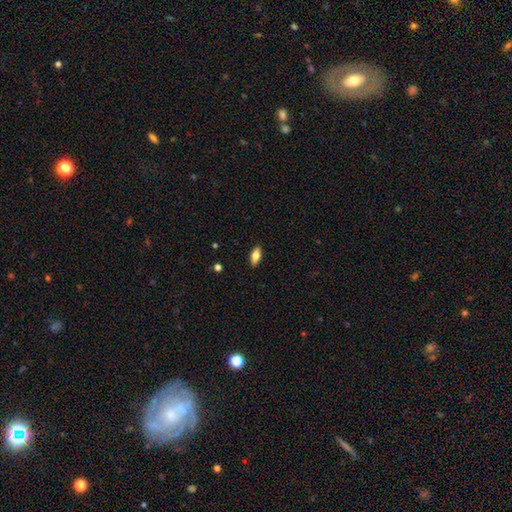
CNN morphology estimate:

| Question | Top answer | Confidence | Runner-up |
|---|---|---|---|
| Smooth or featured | smooth | 72% | featured or disk (21%) |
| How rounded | in between | 80% | cigar-shaped (17%) |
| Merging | none | 89% | minor disturbance (8%) |